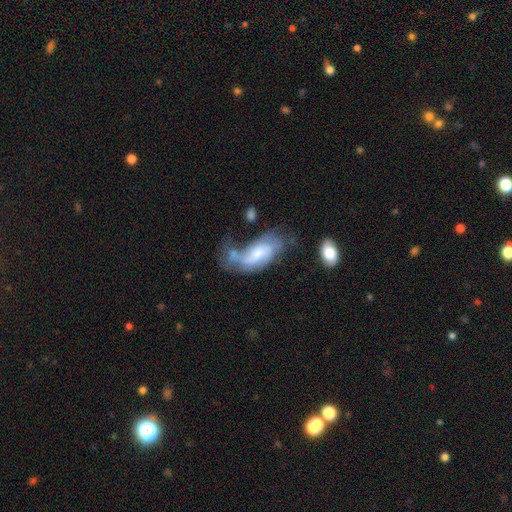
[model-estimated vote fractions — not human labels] Smooth or featured? featured or disk (56%)
Edge-on disk? no (90%)
Merging? major disturbance (30%)